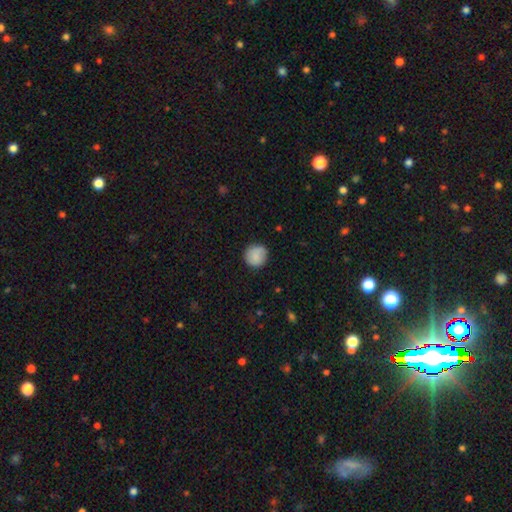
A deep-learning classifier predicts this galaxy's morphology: Smooth or featured? Predicted: smooth (p=0.84). How rounded? Predicted: round (p=0.92). Merging? Predicted: none (p=0.86).